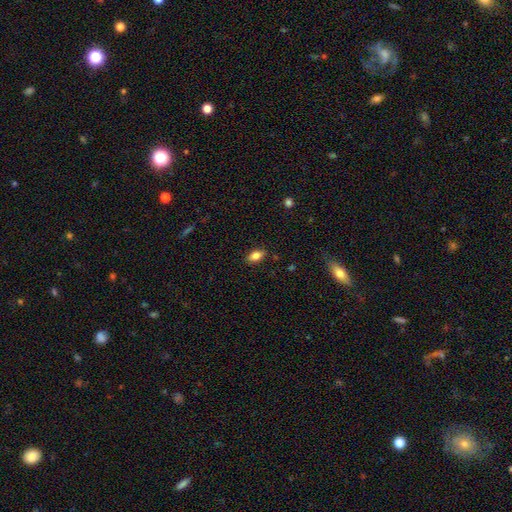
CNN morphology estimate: The model was most divided on "smooth or featured": smooth: 81%, featured or disk: 10%, star or artifact: 8%. More confident: how rounded — in between (88%); merging — none (85%).